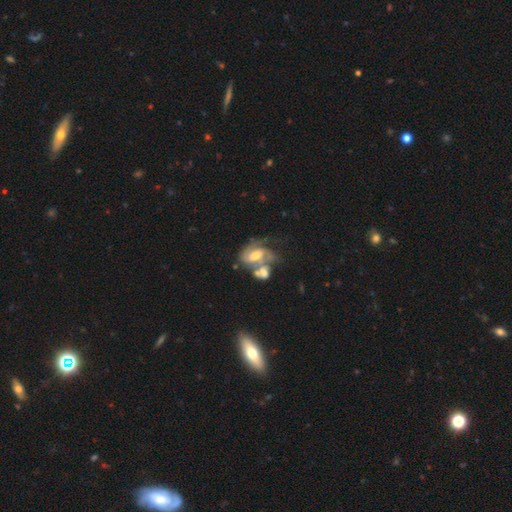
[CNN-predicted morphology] A featured or disk galaxy (72%) with no bar (49%), 2 (54%) medium (44%) spiral arms (80%) and a moderate central bulge (56%). Merging: merger (38%).